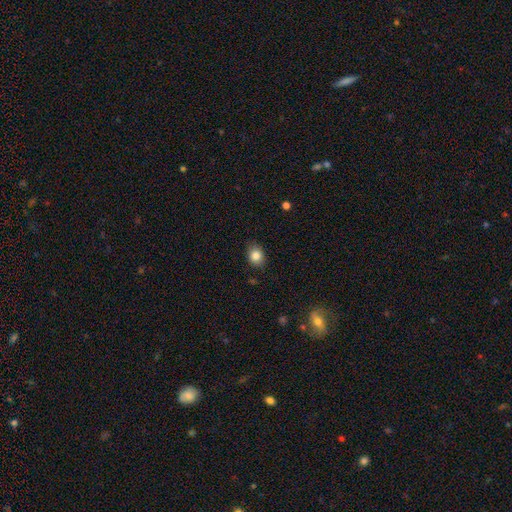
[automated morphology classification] This is clearly a smooth galaxy (84%). How rounded: possibly round (51%). Merging: clearly none (83%).